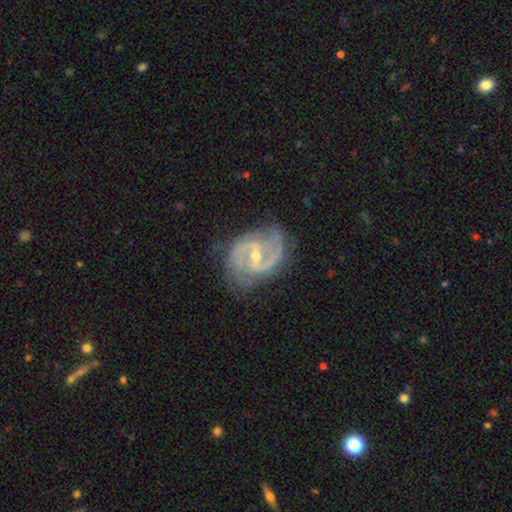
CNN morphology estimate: Q: Smooth or featured?
A: featured or disk (91%); runner-up: star or artifact (5%)
Q: Edge-on disk?
A: no (98%); runner-up: yes (2%)
Q: Bar?
A: weak (49%); runner-up: strong (34%)
Q: Spiral arms?
A: yes (97%); runner-up: no (3%)
Q: Spiral winding?
A: medium (55%); runner-up: tight (27%)
Q: Spiral arm count?
A: 2 (81%); runner-up: 3 (7%)
Q: Bulge size?
A: small (52%); runner-up: moderate (45%)
Q: Merging?
A: none (71%); runner-up: minor disturbance (20%)